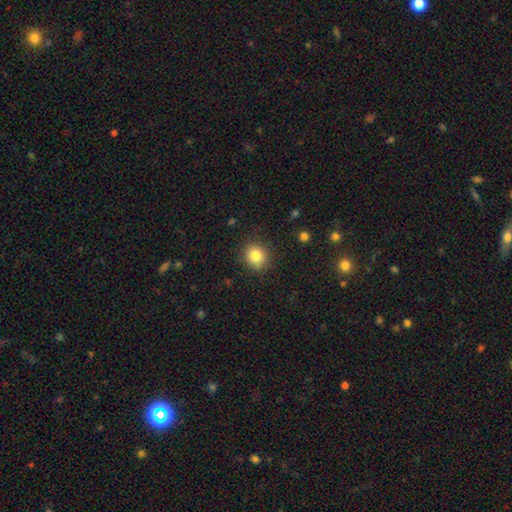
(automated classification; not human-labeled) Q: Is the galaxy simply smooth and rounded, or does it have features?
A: smooth — 82%.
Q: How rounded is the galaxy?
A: round — 85%.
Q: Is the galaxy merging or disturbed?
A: none — 85%.